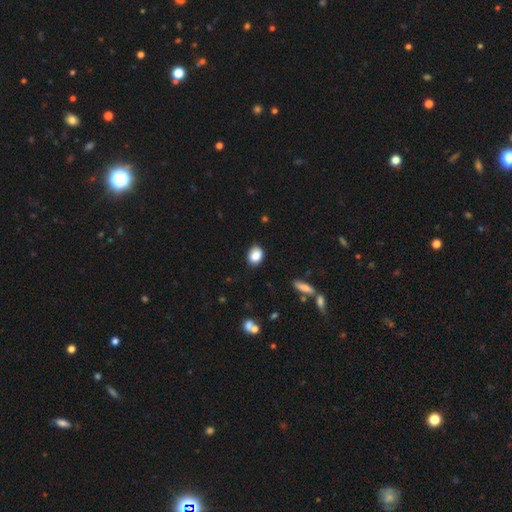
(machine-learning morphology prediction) A smooth galaxy with no disk features (86%) that is in between round and cigar-shaped (64%).

Vote fractions:
- Smooth or featured? smooth: 86% / star or artifact: 8% / featured or disk: 5%
- How rounded? in between: 64% / round: 34% / cigar-shaped: 1%
- Merging? none: 85% / minor disturbance: 11% / major disturbance: 2% / merger: 1%